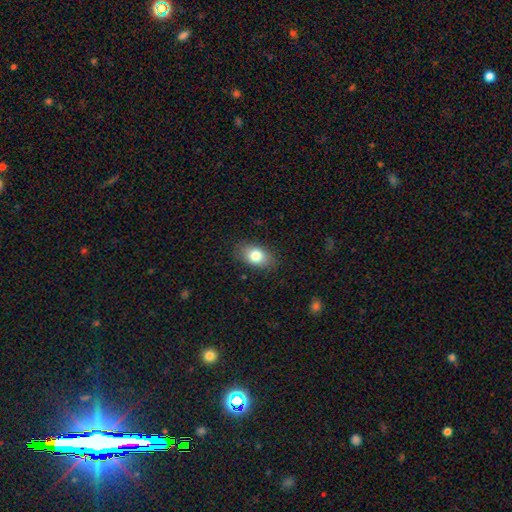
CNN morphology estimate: This is clearly a smooth galaxy (80%). How rounded: clearly in between (85%). Merging: clearly none (84%).